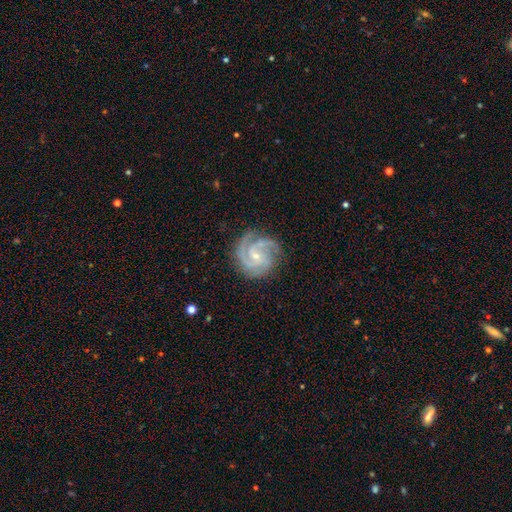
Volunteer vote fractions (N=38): Volunteers were most divided on "spiral winding": tight: 56%, medium: 44%, loose: 0%. More confident: edge-on disk — no (100%); spiral arms — yes (100%); spiral arm count — 3 (91%); merging — none (86%); smooth or featured — featured or disk (84%); bulge size — small (81%); bar — no (59%).